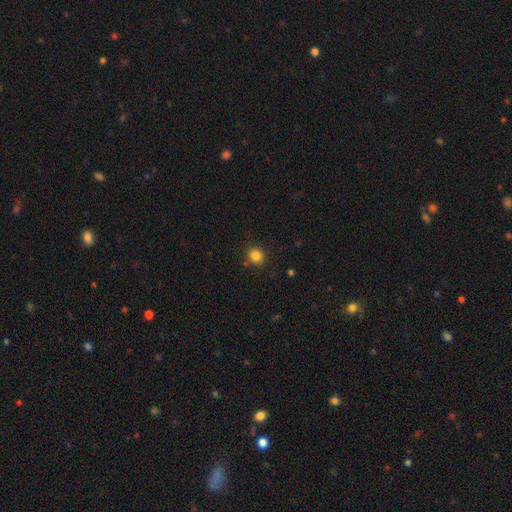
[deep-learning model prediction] Smooth or featured: smooth — 84% (star or artifact — 12%)
How rounded: round — 85% (in between — 14%)
Merging: none — 87% (minor disturbance — 8%)